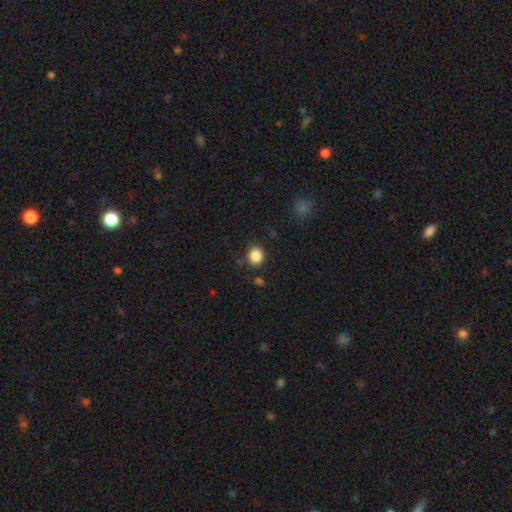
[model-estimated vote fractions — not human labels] A smooth galaxy with no disk features (86%) that is round (80%).

Vote fractions:
- Smooth or featured? smooth: 86% / star or artifact: 10% / featured or disk: 4%
- How rounded? round: 80% / in between: 20% / cigar-shaped: 1%
- Merging? none: 82% / minor disturbance: 12% / major disturbance: 3% / merger: 3%